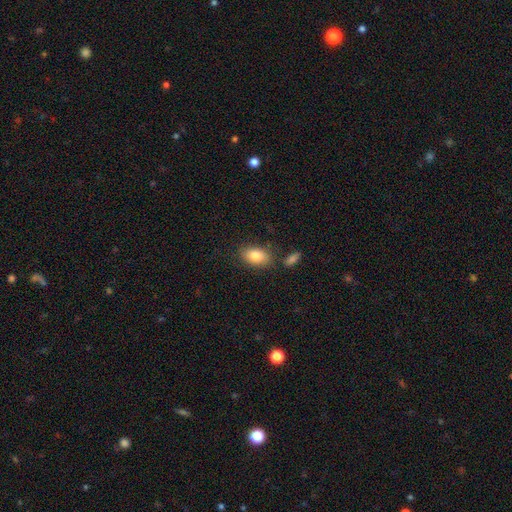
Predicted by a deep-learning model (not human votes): This is clearly a smooth galaxy (83%). How rounded: clearly in between (89%). Merging: likely none (77%).